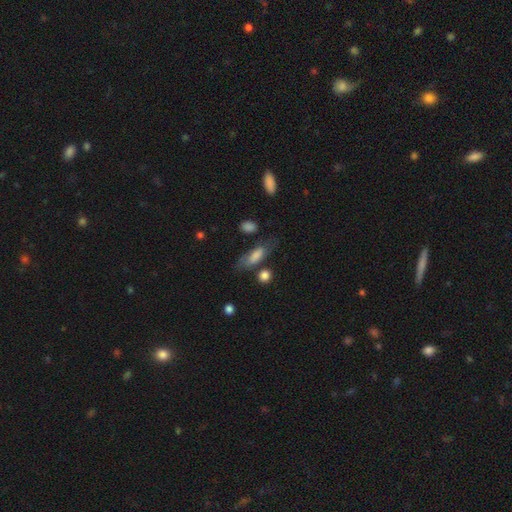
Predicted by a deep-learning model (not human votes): A smooth galaxy with no disk features (68%) that is in between round and cigar-shaped (64%).

Vote fractions:
- Smooth or featured? smooth: 68% / featured or disk: 24% / star or artifact: 8%
- How rounded? in between: 64% / cigar-shaped: 31% / round: 5%
- Merging? none: 59% / minor disturbance: 22% / major disturbance: 13% / merger: 6%